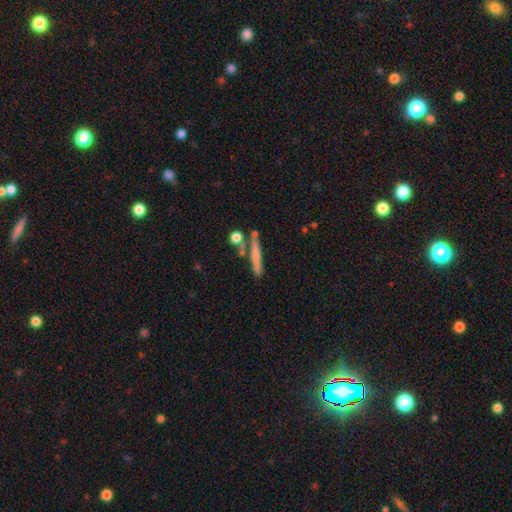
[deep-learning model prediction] Smooth or featured?
  - smooth: 63% *
  - featured or disk: 29%
  - star or artifact: 8%
How rounded?
  - cigar-shaped: 89% *
  - in between: 7%
  - round: 4%
Merging?
  - none: 70% *
  - merger: 13%
  - minor disturbance: 13%
  - major disturbance: 4%